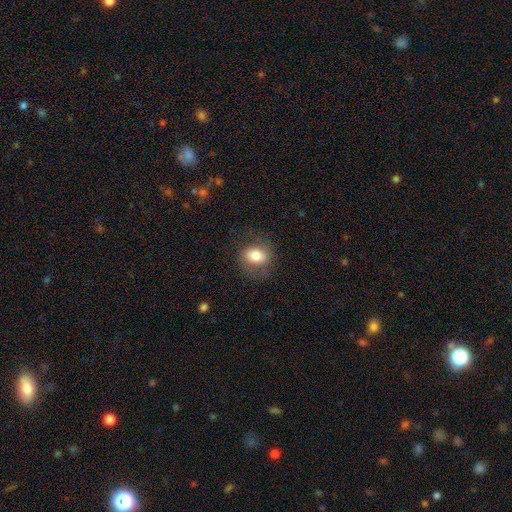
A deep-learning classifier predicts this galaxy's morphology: Q: Smooth or featured?
A: smooth (71%); runner-up: featured or disk (21%)
Q: How rounded?
A: in between (53%); runner-up: round (45%)
Q: Merging?
A: none (72%); runner-up: minor disturbance (17%)